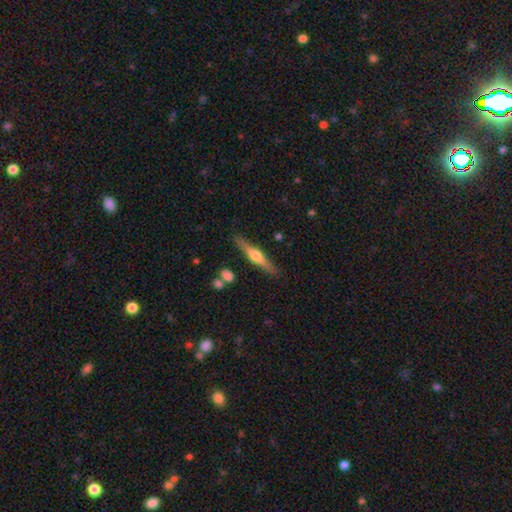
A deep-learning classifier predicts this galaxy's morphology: Overall: featured or disk (65%; smooth 29%). Edge-on disk: yes (97%). Edge-on bulge: rounded (90%). Merging: none (86%).